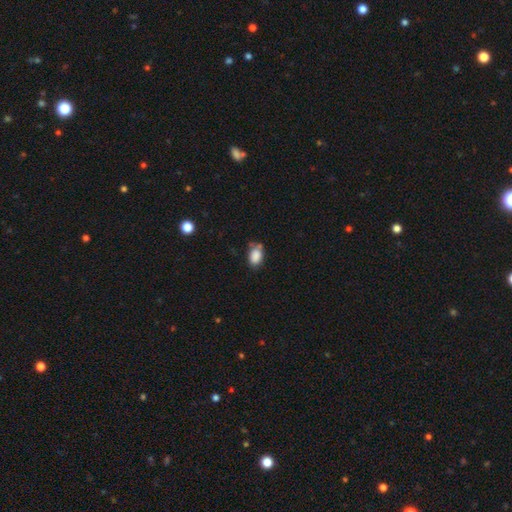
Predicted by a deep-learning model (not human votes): The model was most divided on "merging": none: 57%, minor disturbance: 27%, merger: 9%, major disturbance: 7%. More confident: how rounded — in between (86%); smooth or featured — smooth (85%).